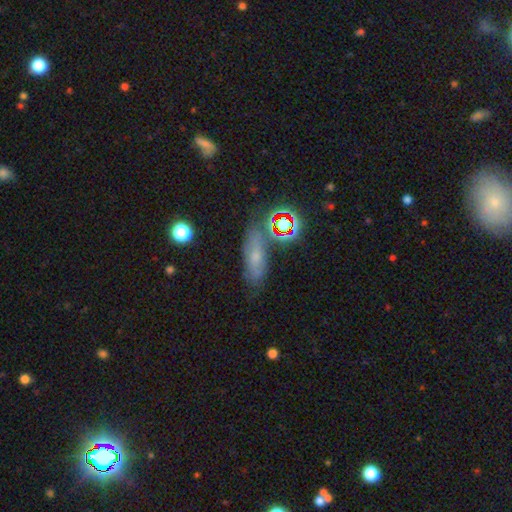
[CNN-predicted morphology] Smooth or featured?
  - smooth: 41% *
  - featured or disk: 31%
  - star or artifact: 27%
Merging?
  - none: 64% *
  - minor disturbance: 20%
  - major disturbance: 9%
  - merger: 7%